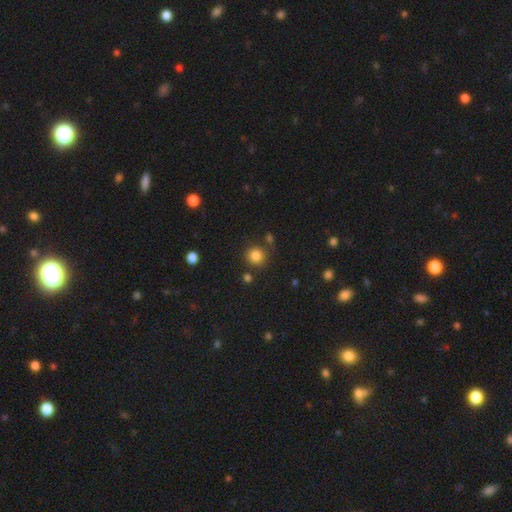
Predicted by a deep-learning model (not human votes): Smooth or featured? Predicted: smooth (p=0.83). How rounded? Predicted: round (p=0.91). Merging? Predicted: none (p=0.80).